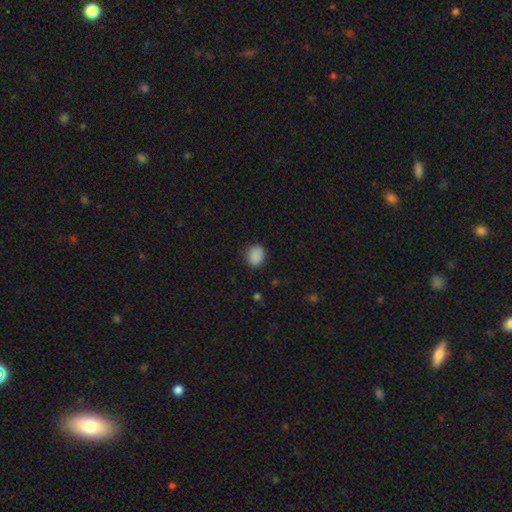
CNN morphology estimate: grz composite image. It shows a smooth galaxy with no disk features (88%) that is round (60%). Merging: none (86%).